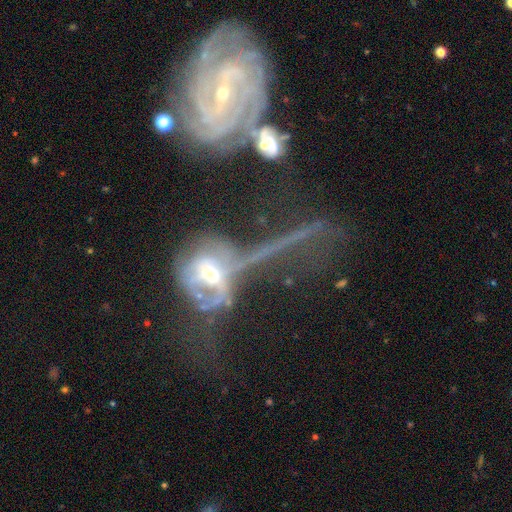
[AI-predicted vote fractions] smooth_or_featured: featured or disk (p=0.70) [alt: star or artifact p=0.17]
disk_edge_on: no (p=0.74) [alt: yes p=0.26]
bar: no (p=0.53) [alt: weak p=0.24]
has_spiral_arms: yes (p=0.59) [alt: no p=0.41]
bulge_size: small (p=0.49) [alt: moderate p=0.36]
merging: major disturbance (p=0.32) [alt: merger p=0.29]